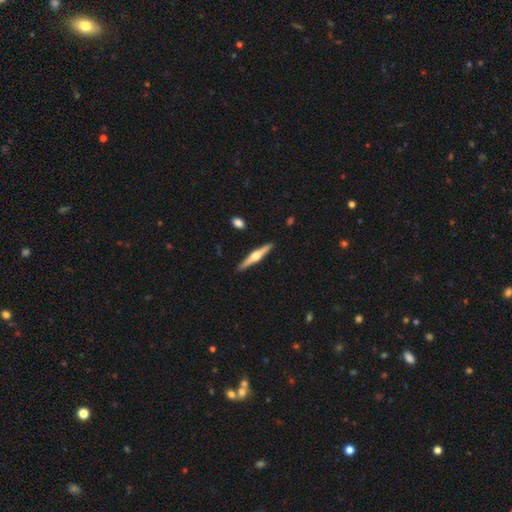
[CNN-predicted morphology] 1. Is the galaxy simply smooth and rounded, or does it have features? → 71% featured or disk, 24% smooth, 5% star or artifact.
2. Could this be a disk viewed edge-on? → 98% yes, 2% no.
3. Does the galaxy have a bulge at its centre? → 93% rounded, 4% boxy, 2% none.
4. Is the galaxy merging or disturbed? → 90% none, 7% minor disturbance, 2% merger, 1% major disturbance.